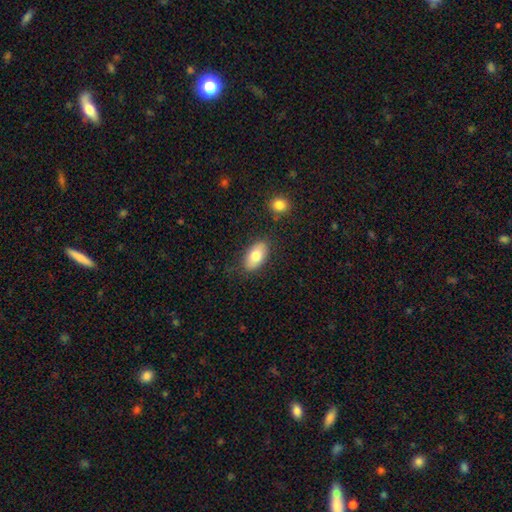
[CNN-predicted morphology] This is likely a smooth galaxy (77%). How rounded: clearly in between (92%). Merging: clearly none (82%).